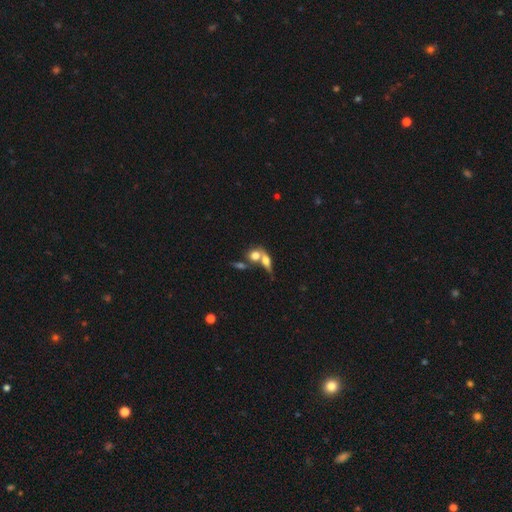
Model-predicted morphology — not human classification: Smooth or featured? smooth (63%)
How rounded? round (50%)
Merging? merger (53%)